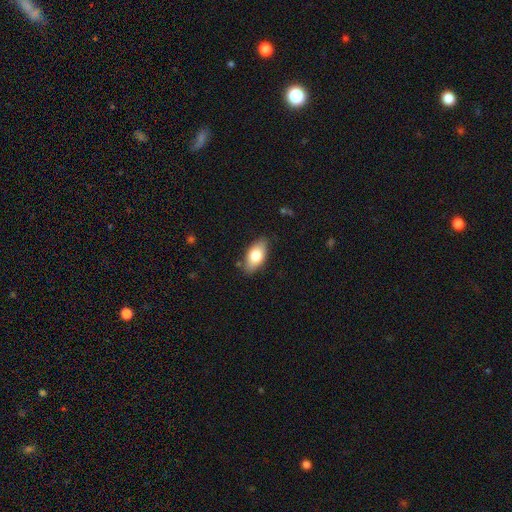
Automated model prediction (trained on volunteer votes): Smooth or featured: smooth — 77% (featured or disk — 16%)
How rounded: in between — 91% (cigar-shaped — 5%)
Merging: none — 82% (minor disturbance — 13%)